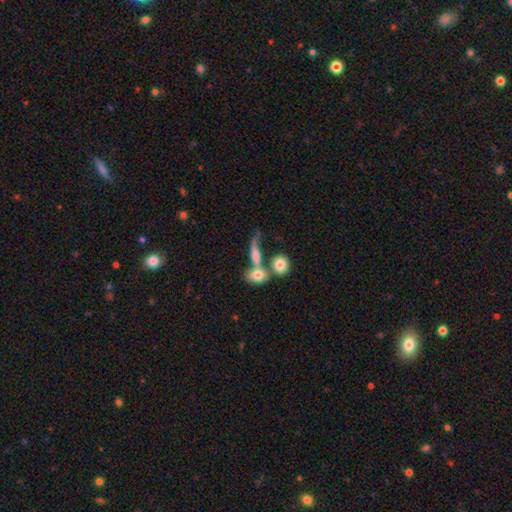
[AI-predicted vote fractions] Morphology: type=smooth (58%); roundness=in between (56%); merging=merger (47%).